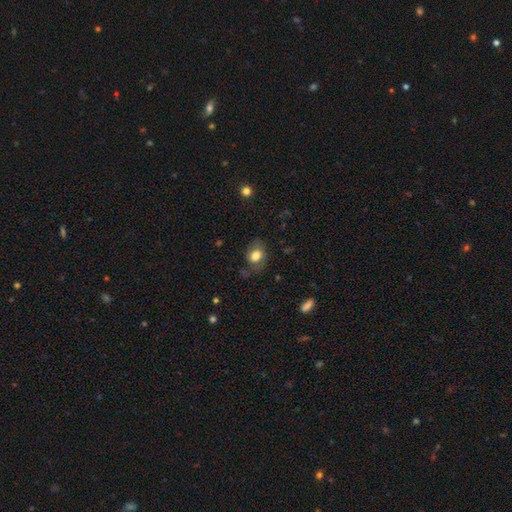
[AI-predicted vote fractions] This appears to be a smooth galaxy with no disk features (76%) that is in between round and cigar-shaped (58%). Merging: none (63%).